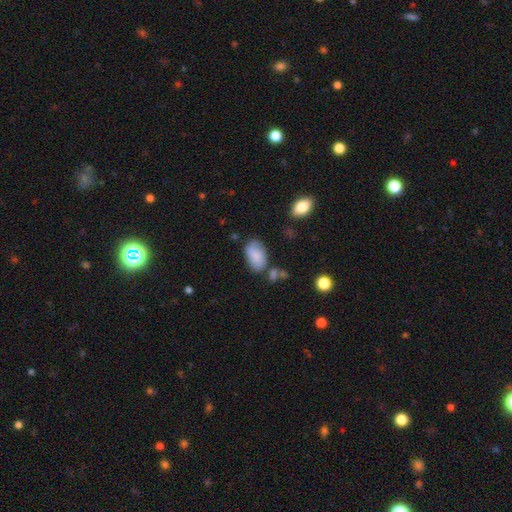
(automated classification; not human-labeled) smooth 82%, featured or disk 10%, star or artifact 8%. Down the decision tree: how rounded — in between (92%); merging — none (58%).